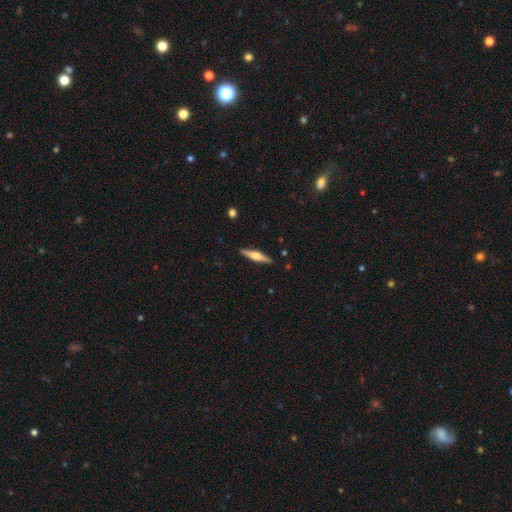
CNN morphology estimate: This appears to be a featured or disk galaxy (59%) viewed edge-on (97%) with a rounded central bulge (90%). Merging: none (90%).